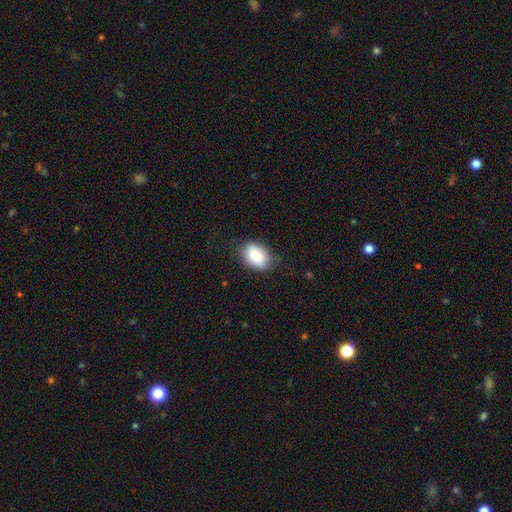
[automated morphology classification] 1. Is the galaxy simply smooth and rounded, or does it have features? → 84% smooth, 9% featured or disk, 7% star or artifact.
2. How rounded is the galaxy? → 81% in between, 18% round, 1% cigar-shaped.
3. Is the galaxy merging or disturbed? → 79% none, 16% minor disturbance, 4% major disturbance, 1% merger.